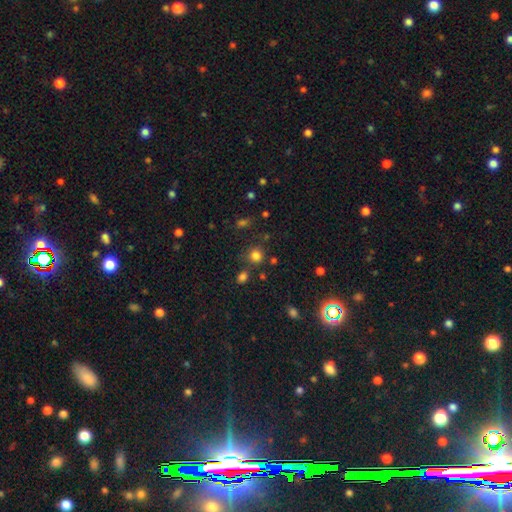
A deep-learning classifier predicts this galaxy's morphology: The model was most divided on "smooth or featured": smooth: 79%, star or artifact: 16%, featured or disk: 6%. More confident: how rounded — round (87%); merging — none (76%).